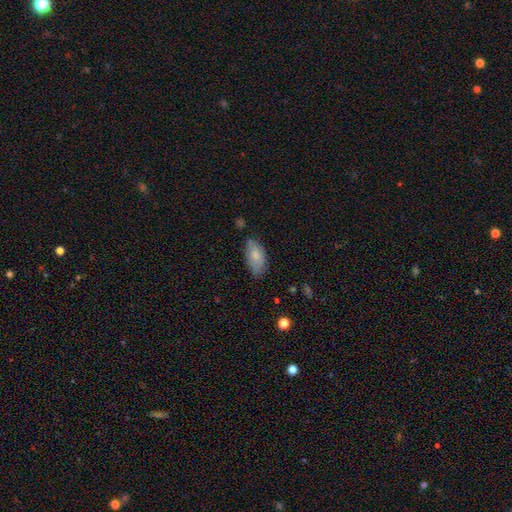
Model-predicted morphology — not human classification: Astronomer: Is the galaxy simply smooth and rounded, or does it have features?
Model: smooth — 76%.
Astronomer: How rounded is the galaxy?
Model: in between — 92%.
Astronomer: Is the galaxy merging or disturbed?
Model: none — 66%.